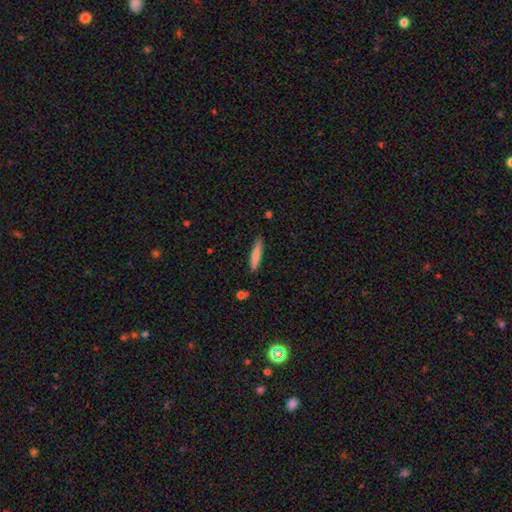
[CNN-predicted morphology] A smooth galaxy with no disk features (78%) that is cigar-shaped (91%).

Vote fractions:
- Smooth or featured? smooth: 78% / featured or disk: 16% / star or artifact: 6%
- How rounded? cigar-shaped: 91% / in between: 8% / round: 1%
- Merging? none: 83% / minor disturbance: 13% / major disturbance: 2% / merger: 2%